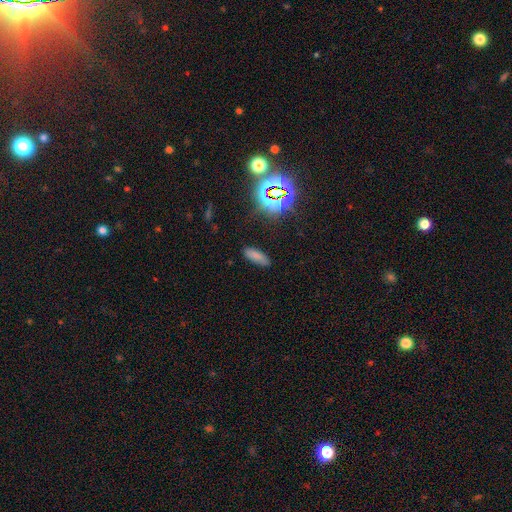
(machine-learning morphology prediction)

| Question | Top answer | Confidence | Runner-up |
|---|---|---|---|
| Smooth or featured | smooth | 74% | star or artifact (18%) |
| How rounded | in between | 67% | cigar-shaped (30%) |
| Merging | none | 85% | minor disturbance (11%) |